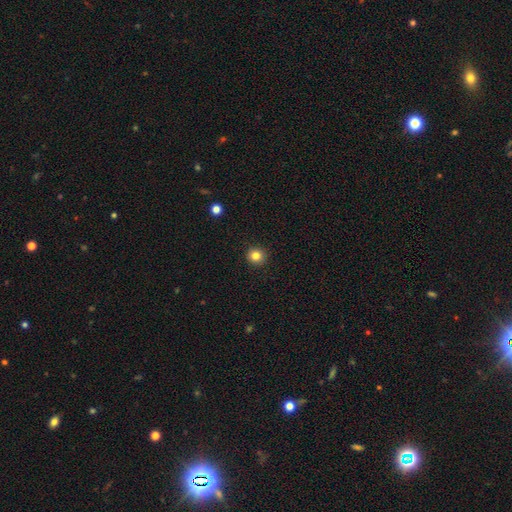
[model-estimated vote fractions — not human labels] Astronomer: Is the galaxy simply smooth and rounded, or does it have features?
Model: smooth — 82%.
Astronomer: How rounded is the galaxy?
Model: round — 92%.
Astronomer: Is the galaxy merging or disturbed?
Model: none — 93%.